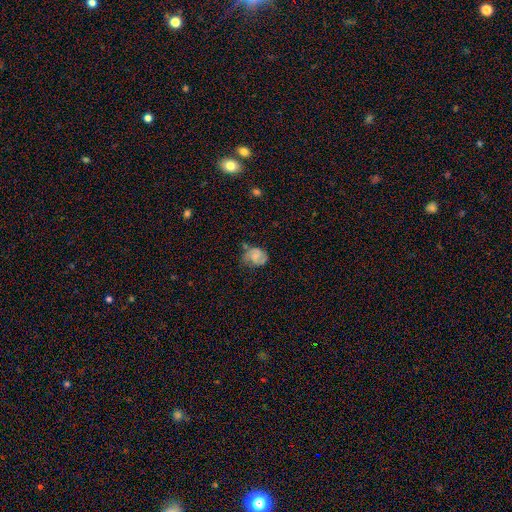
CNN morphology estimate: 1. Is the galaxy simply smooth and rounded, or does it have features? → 48% smooth, 43% featured or disk, 9% star or artifact.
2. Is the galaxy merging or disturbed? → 45% none, 33% minor disturbance, 16% major disturbance, 5% merger.